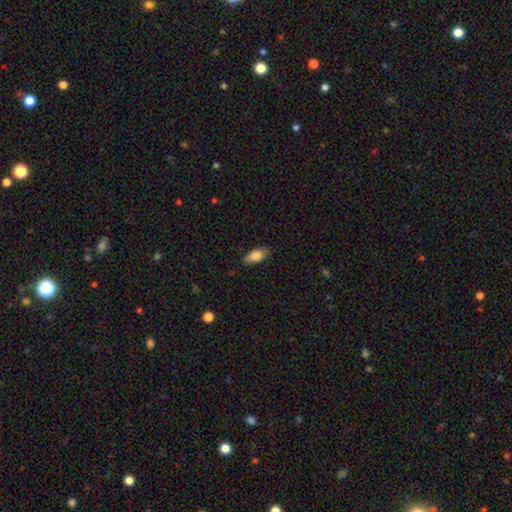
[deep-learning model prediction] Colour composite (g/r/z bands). It shows a smooth galaxy with no disk features (85%) that is in between round and cigar-shaped (85%). Merging: none (79%).